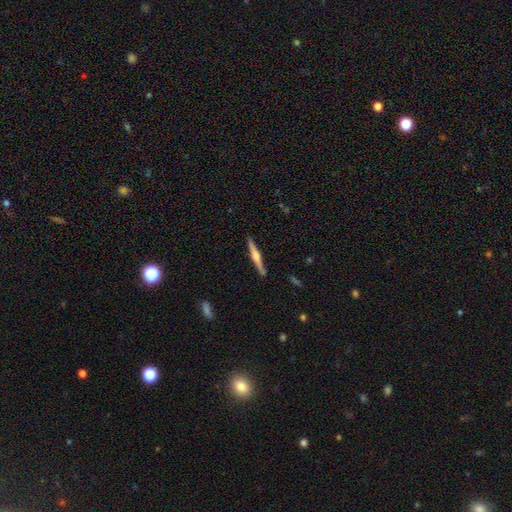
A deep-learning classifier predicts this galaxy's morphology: Smooth or featured?
  - featured or disk: 71% *
  - smooth: 24%
  - star or artifact: 5%
Edge-on disk?
  - yes: 98% *
  - no: 2%
Edge-on bulge?
  - rounded: 88% *
  - boxy: 7%
  - none: 5%
Merging?
  - none: 89% *
  - minor disturbance: 8%
  - major disturbance: 1%
  - merger: 1%